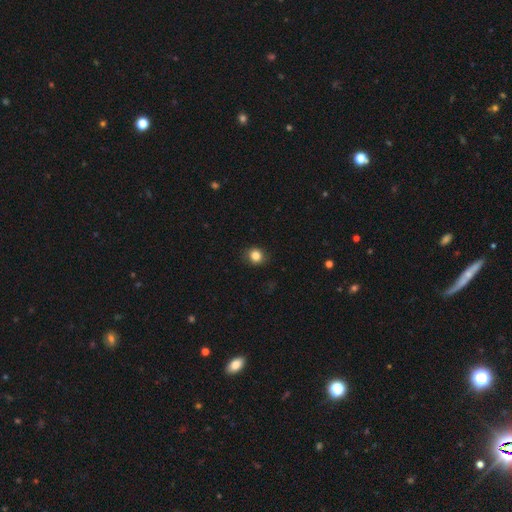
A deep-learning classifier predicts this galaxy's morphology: Smooth or featured: smooth — 84% (star or artifact — 11%)
How rounded: round — 83% (in between — 16%)
Merging: none — 87% (minor disturbance — 10%)